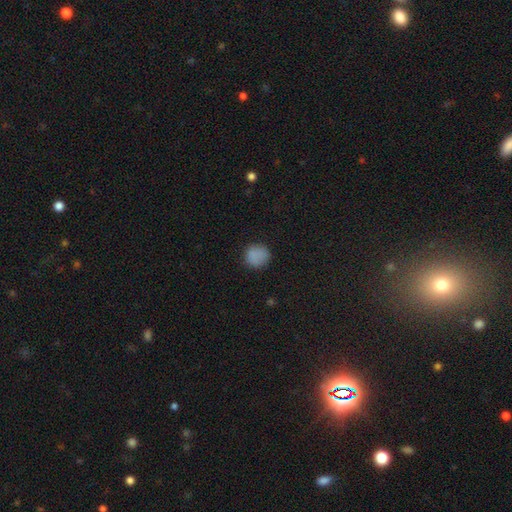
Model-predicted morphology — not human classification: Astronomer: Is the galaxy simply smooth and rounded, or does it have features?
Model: smooth — 85%.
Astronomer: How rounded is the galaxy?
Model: round — 90%.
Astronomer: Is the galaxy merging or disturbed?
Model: none — 85%.